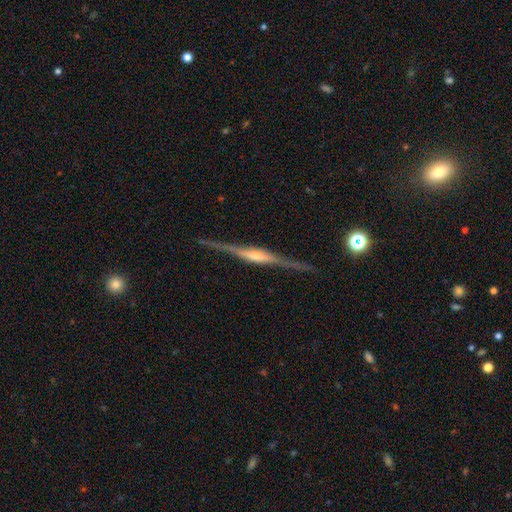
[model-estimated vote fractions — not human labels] A featured or disk galaxy (86%) viewed edge-on (98%) with a rounded central bulge (68%). Merging: none (86%).